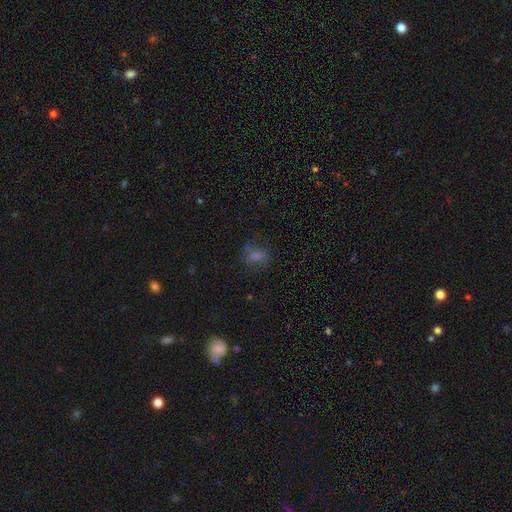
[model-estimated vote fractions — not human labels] Smooth or featured: smooth — 50% (star or artifact — 29%)
How rounded: round — 48% (tied with in between — 48%)
Merging: none — 73% (minor disturbance — 16%)